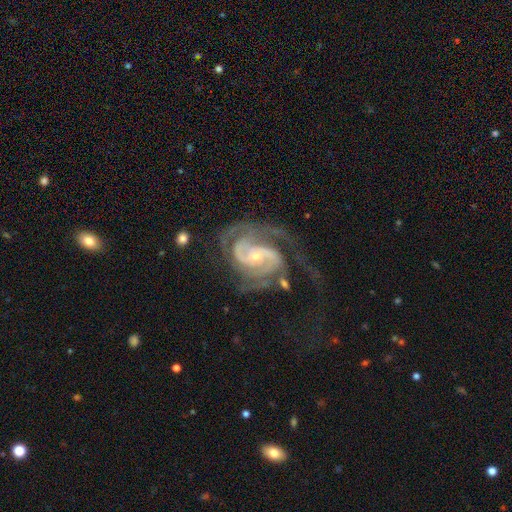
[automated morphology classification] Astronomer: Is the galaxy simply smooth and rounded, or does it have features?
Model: featured or disk — 91%.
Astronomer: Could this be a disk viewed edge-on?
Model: no — 98%.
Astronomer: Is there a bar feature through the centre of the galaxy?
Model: no — 51% (runner-up: weak, 34%).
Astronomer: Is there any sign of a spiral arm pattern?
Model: yes — 98%.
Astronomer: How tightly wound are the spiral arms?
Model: tight — 50% (runner-up: medium, 41%).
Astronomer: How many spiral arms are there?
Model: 2 — 59%.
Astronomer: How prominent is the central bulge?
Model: small — 67%.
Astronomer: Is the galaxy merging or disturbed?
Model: none — 49% (runner-up: major disturbance, 28%).